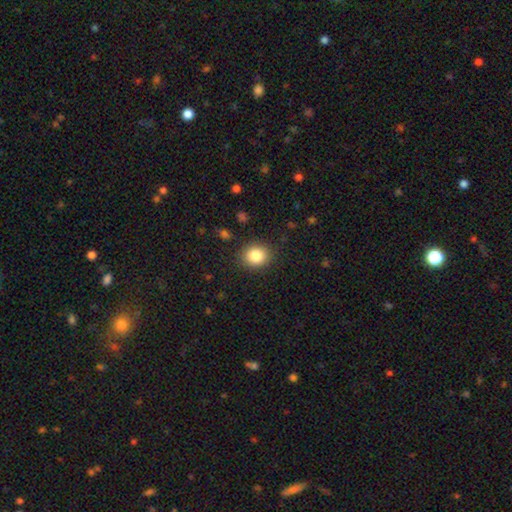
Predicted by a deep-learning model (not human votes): A smooth galaxy with no disk features (84%) that is round (73%). Merging: none (88%).